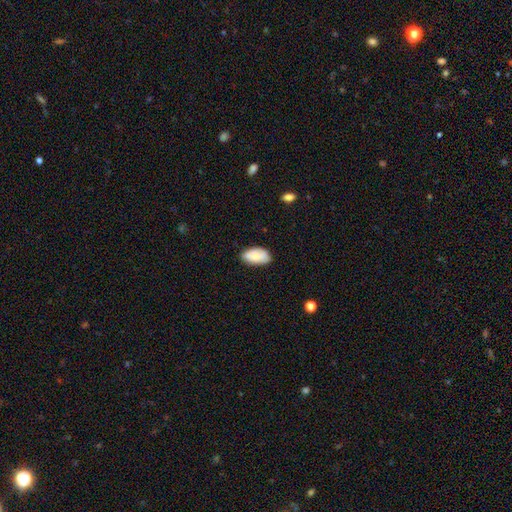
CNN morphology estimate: Smooth or featured?
  - smooth: 83% *
  - featured or disk: 11%
  - star or artifact: 7%
How rounded?
  - in between: 95% *
  - round: 3%
  - cigar-shaped: 2%
Merging?
  - none: 76% *
  - minor disturbance: 19%
  - major disturbance: 3%
  - merger: 1%